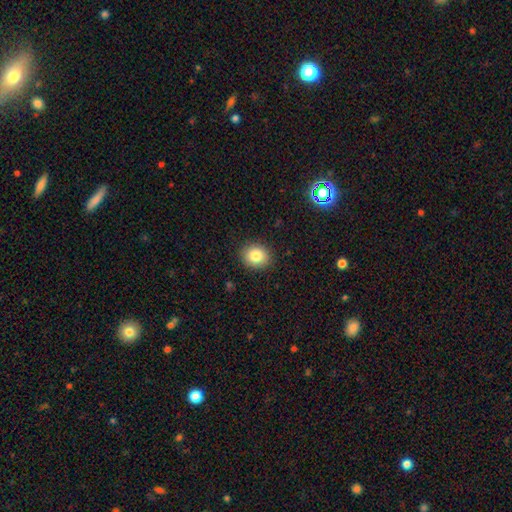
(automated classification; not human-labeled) A smooth galaxy with no disk features (84%) that is round (70%).

Vote fractions:
- Smooth or featured? smooth: 84% / star or artifact: 9% / featured or disk: 7%
- How rounded? round: 70% / in between: 29% / cigar-shaped: 1%
- Merging? none: 89% / minor disturbance: 8% / major disturbance: 2% / merger: 1%